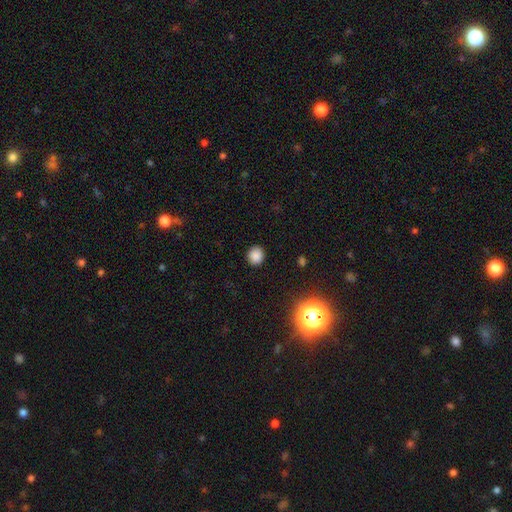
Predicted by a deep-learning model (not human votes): This is clearly a smooth galaxy (84%). How rounded: clearly round (85%). Merging: clearly none (90%).